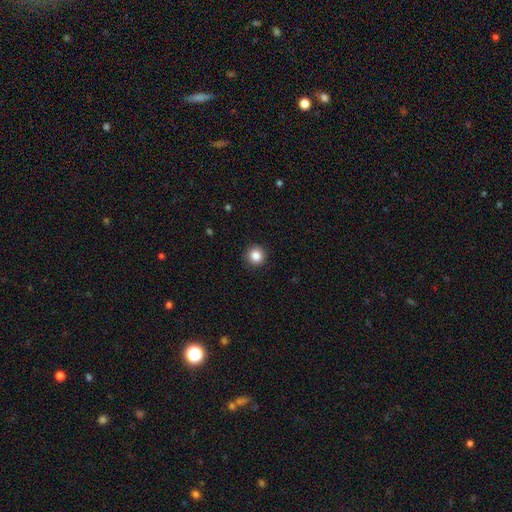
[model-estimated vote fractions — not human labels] Smooth or featured? smooth (86%)
How rounded? round (94%)
Merging? none (92%)